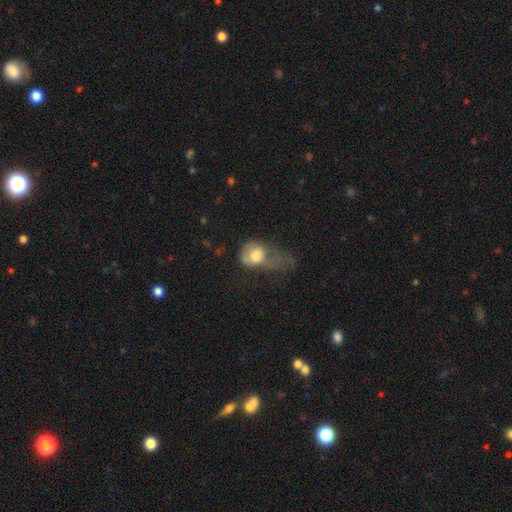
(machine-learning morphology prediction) Smooth or featured? Predicted: smooth (p=0.69). How rounded? Predicted: in between (p=0.60). Merging? Predicted: major disturbance (p=0.63).